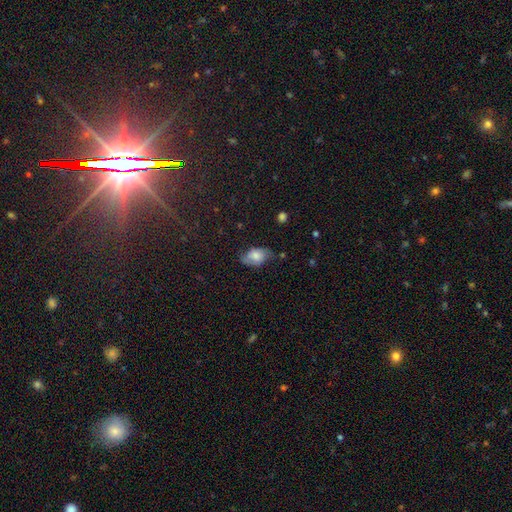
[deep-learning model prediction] Smooth or featured? smooth (63%)
How rounded? in between (87%)
Merging? none (54%)